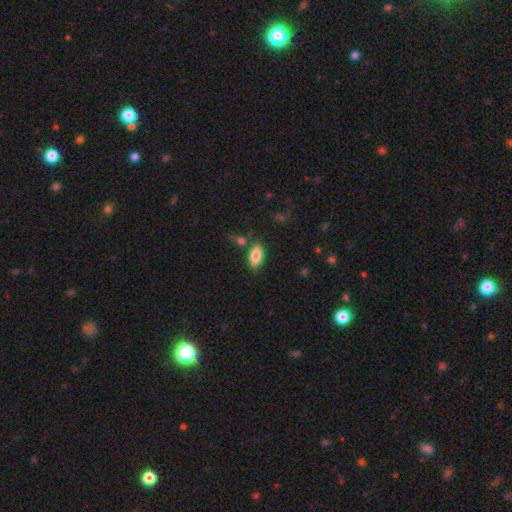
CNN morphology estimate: A smooth galaxy with no disk features (81%) that is in between round and cigar-shaped (86%).

Vote fractions:
- Smooth or featured? smooth: 81% / featured or disk: 12% / star or artifact: 7%
- How rounded? in between: 86% / cigar-shaped: 11% / round: 3%
- Merging? none: 79% / minor disturbance: 13% / merger: 6% / major disturbance: 3%